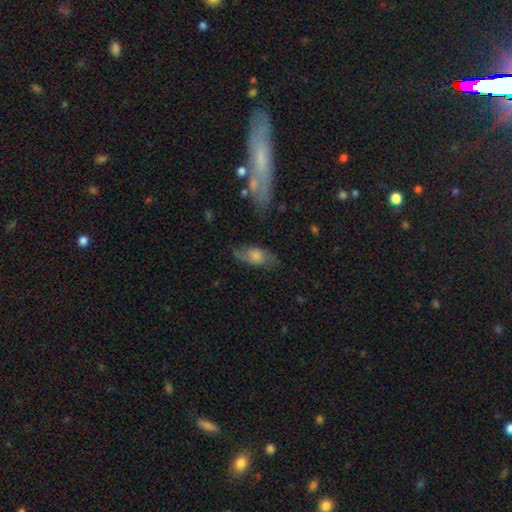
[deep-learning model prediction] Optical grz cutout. It shows a smooth galaxy with no disk features (54%) that is in between round and cigar-shaped (83%). Merging: none (67%).